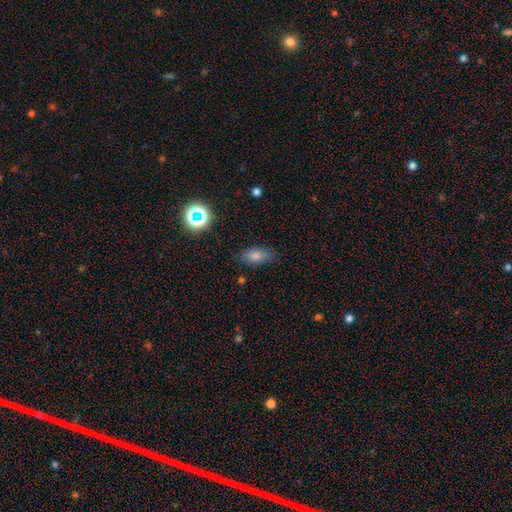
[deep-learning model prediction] A smooth galaxy with no disk features (77%) that is in between round and cigar-shaped (87%).

Vote fractions:
- Smooth or featured? smooth: 77% / star or artifact: 12% / featured or disk: 11%
- How rounded? in between: 87% / cigar-shaped: 7% / round: 6%
- Merging? none: 81% / minor disturbance: 14% / major disturbance: 3% / merger: 2%